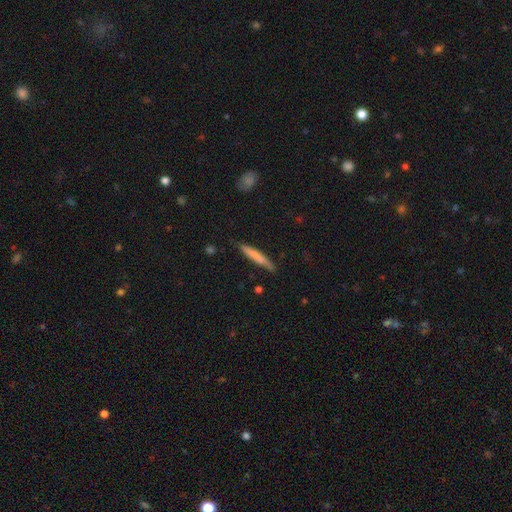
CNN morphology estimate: This is likely a smooth galaxy (70%). How rounded: clearly cigar-shaped (94%). Merging: clearly none (81%).